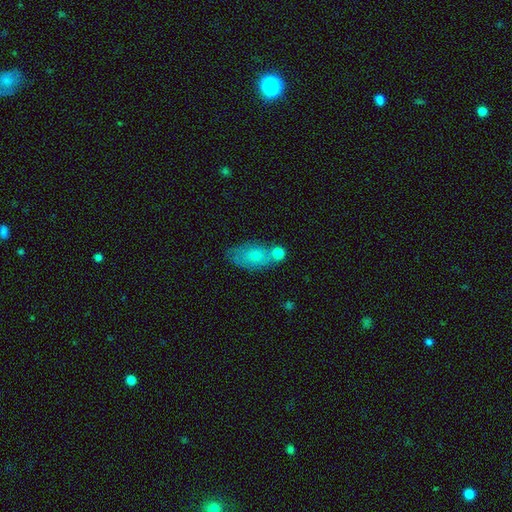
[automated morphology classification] Smooth or featured: smooth — 61% (featured or disk — 29%)
How rounded: in between — 83% (round — 11%)
Merging: none — 58% (minor disturbance — 19%)